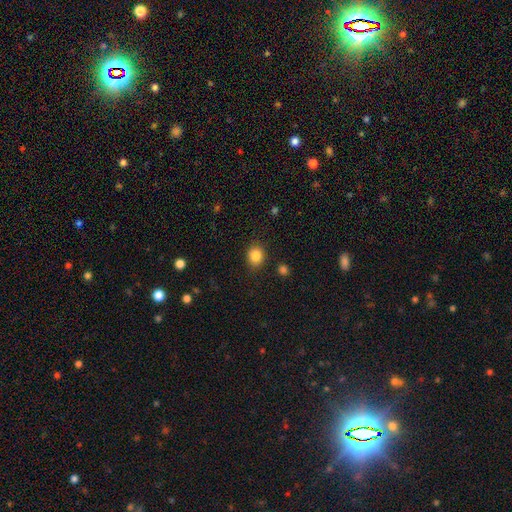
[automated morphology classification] smooth_or_featured: smooth (p=0.84) [alt: star or artifact p=0.10]
how_rounded: round (p=0.65) [alt: in between p=0.34]
merging: none (p=0.87) [alt: minor disturbance p=0.09]